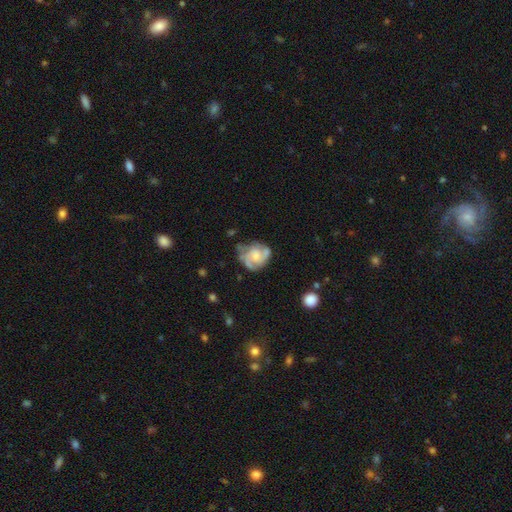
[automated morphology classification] A featured or disk galaxy (76%) with no bar (68%), 2 (38%) tight (45%) spiral arms (92%) and a small central bulge (45%).

Vote fractions:
- Smooth or featured? featured or disk: 76% / smooth: 18% / star or artifact: 6%
- Edge-on disk? no: 98% / yes: 2%
- Bar? no: 68% / weak: 28% / strong: 5%
- Spiral arms? yes: 92% / no: 8%
- Spiral winding? tight: 45% / medium: 42% / loose: 13%
- Spiral arm count? 2: 38% / 3: 31% / can't tell: 18% / 4: 5% / 1: 4% / more than 4: 3%
- Bulge size? small: 45% / moderate: 38% / none: 11% / large: 5% / dominant: 1%
- Merging? none: 60% / minor disturbance: 25% / major disturbance: 12% / merger: 3%